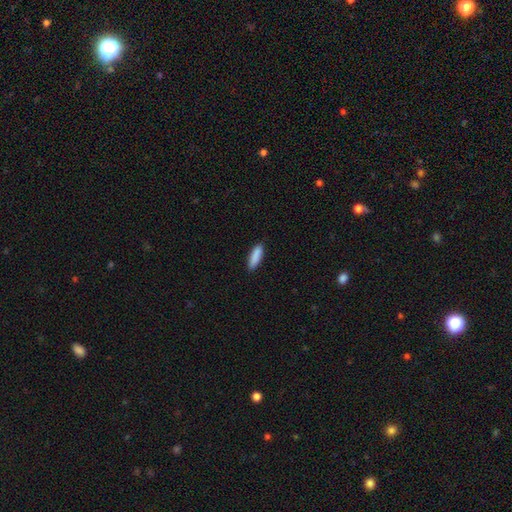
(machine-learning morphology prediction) Q: Smooth or featured?
A: smooth (90%); runner-up: star or artifact (6%)
Q: How rounded?
A: cigar-shaped (54%); runner-up: in between (44%)
Q: Merging?
A: none (88%); runner-up: minor disturbance (9%)